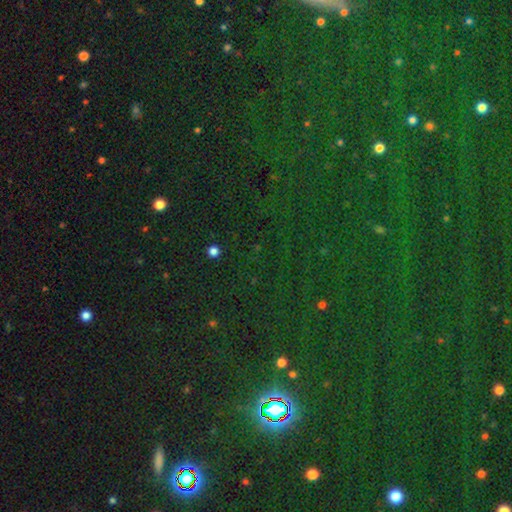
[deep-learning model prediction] Overall: star or artifact (83%).